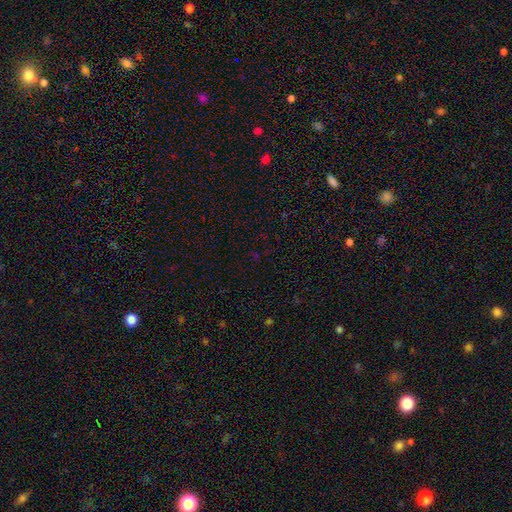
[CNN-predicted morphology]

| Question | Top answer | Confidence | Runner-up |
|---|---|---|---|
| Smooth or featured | star or artifact | 65% | smooth (27%) |